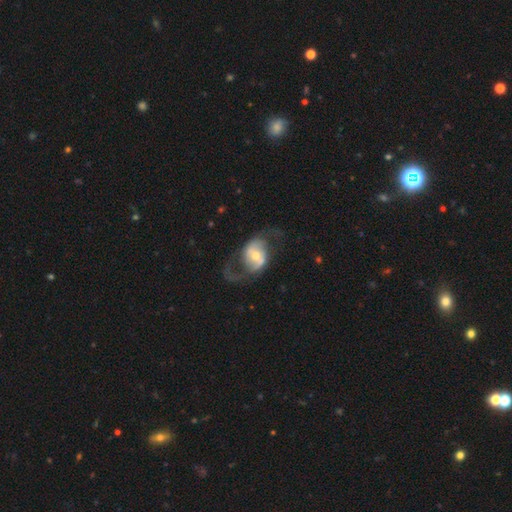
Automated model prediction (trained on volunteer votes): Morphology: type=featured or disk (77%); edge-on=no (95%); bar=no (45%); spiral arms=yes (82%); winding=loose (57%); arm count=2 (89%); bulge=moderate (61%); merging=none (58%).